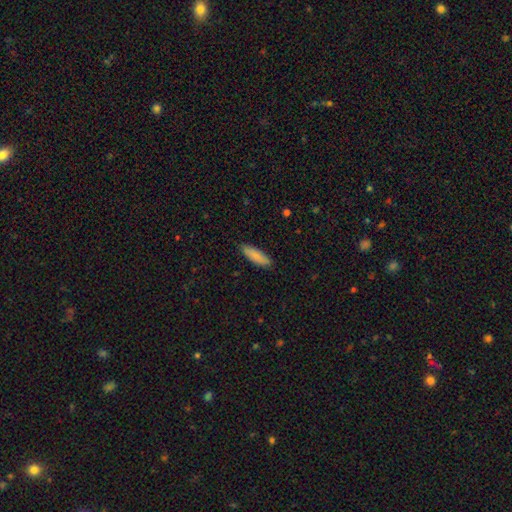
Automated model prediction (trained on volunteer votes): Overall: smooth (85%). How rounded: cigar-shaped (50%; in between 48%). Merging: none (85%).